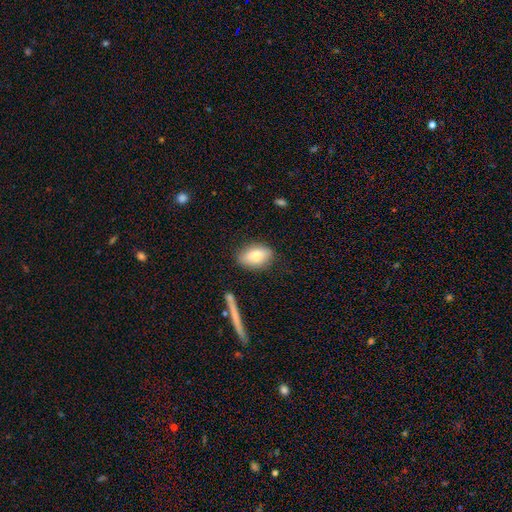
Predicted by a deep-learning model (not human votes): Q: Smooth or featured?
A: smooth (78%); runner-up: featured or disk (15%)
Q: How rounded?
A: in between (86%); runner-up: round (10%)
Q: Merging?
A: none (81%); runner-up: minor disturbance (13%)